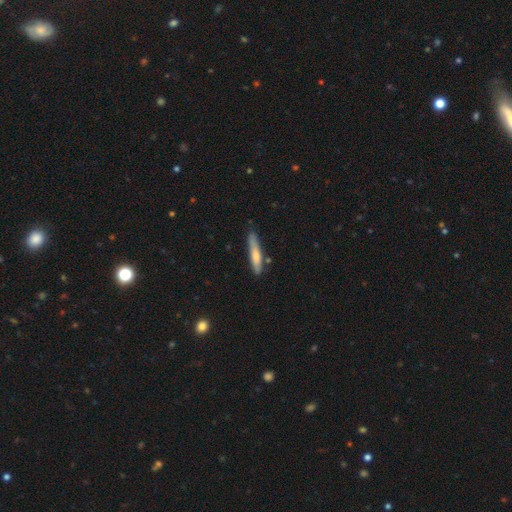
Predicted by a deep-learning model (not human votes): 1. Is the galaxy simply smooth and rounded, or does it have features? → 67% smooth, 27% featured or disk, 6% star or artifact.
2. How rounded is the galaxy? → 89% cigar-shaped, 9% in between, 1% round.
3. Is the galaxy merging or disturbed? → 71% none, 21% minor disturbance, 5% merger, 4% major disturbance.